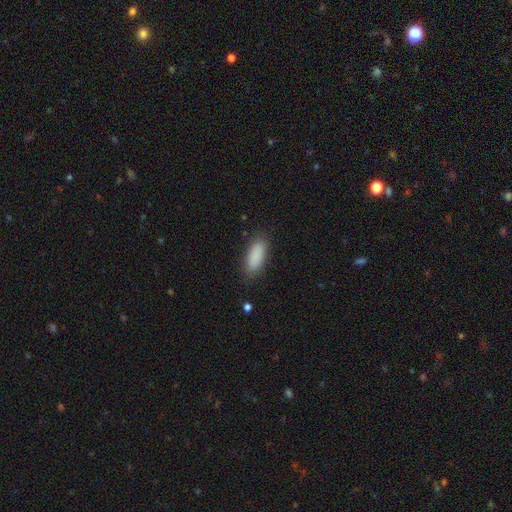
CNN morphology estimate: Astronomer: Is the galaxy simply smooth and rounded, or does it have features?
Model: smooth — 89%.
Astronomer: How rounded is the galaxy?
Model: in between — 75%.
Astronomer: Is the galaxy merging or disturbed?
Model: none — 86%.